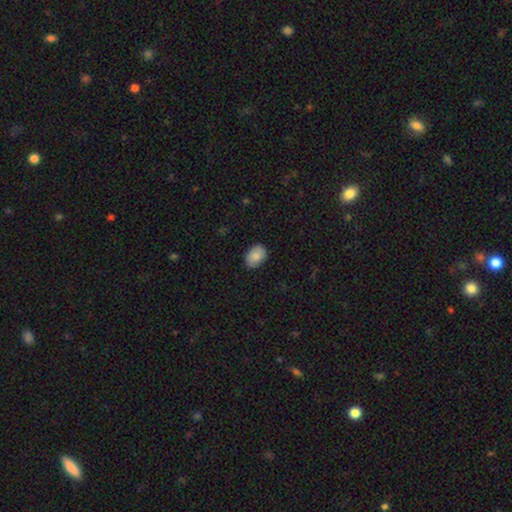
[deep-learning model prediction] This appears to be a smooth galaxy with no disk features (86%) that is in between round and cigar-shaped (81%). Merging: none (86%).